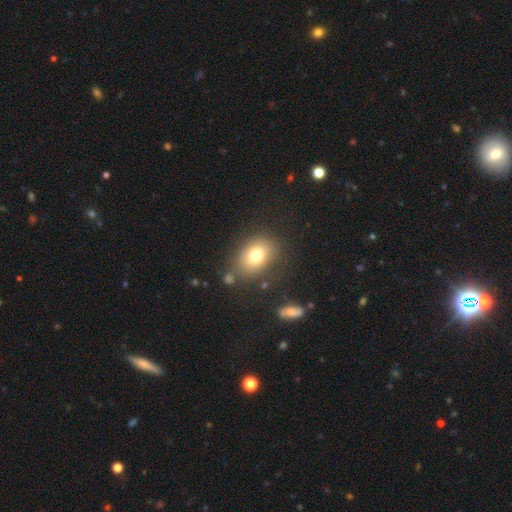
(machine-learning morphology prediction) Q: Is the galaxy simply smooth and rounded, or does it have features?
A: smooth — 76%.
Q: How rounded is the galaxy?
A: in between — 69%.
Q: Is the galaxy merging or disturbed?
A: none — 76%.